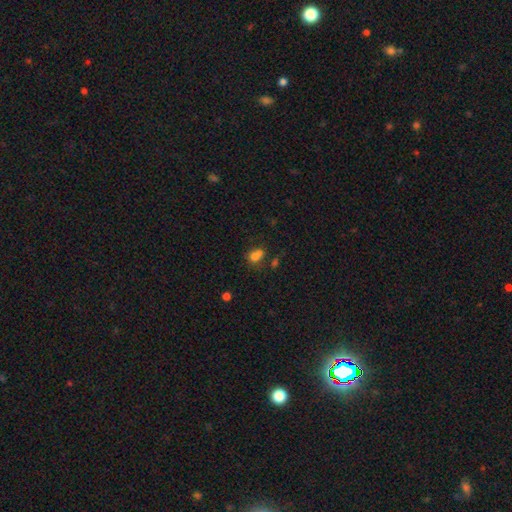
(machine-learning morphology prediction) A smooth galaxy with no disk features (75%) that is in between round and cigar-shaped (58%). Merging: none (42%).